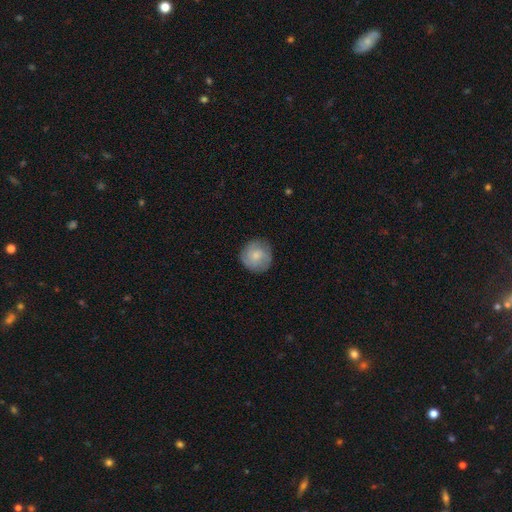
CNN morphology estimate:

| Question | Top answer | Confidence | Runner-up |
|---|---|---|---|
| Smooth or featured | smooth | 67% | featured or disk (26%) |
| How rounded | round | 92% | in between (7%) |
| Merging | none | 82% | minor disturbance (13%) |